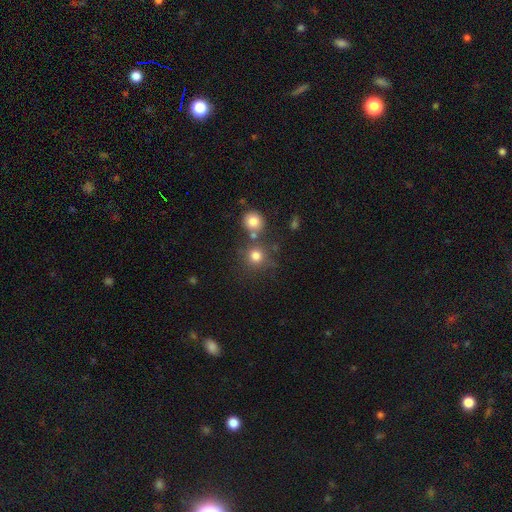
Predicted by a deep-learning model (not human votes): This is likely a smooth galaxy (78%). How rounded: clearly round (91%). Merging: likely none (67%).